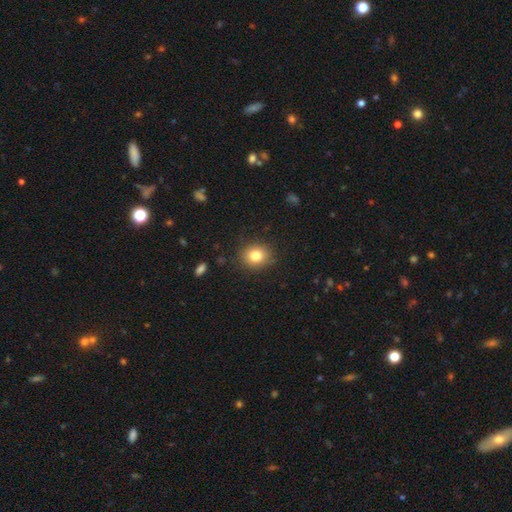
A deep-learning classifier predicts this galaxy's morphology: This appears to be a smooth galaxy with no disk features (81%) that is round (69%). Merging: none (87%).